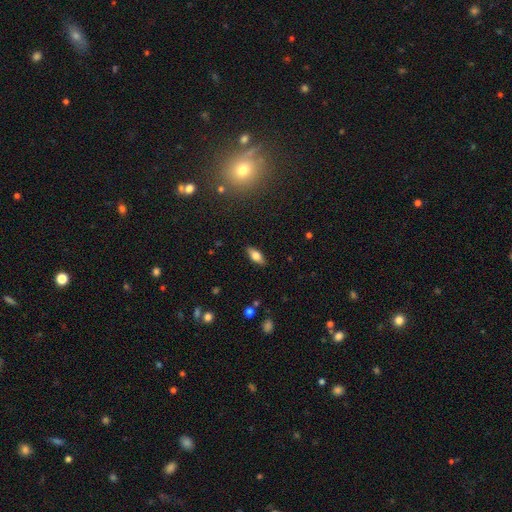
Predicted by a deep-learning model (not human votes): Smooth or featured? Predicted: smooth (p=0.67). How rounded? Predicted: in between (p=0.79). Merging? Predicted: none (p=0.87).